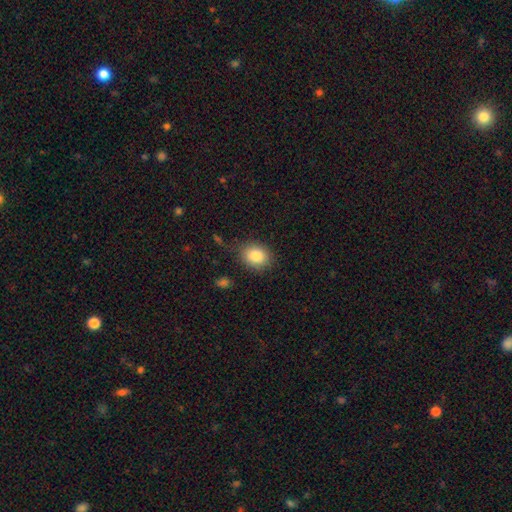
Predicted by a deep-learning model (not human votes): Smooth or featured? smooth (85%)
How rounded? in between (50%)
Merging? none (78%)